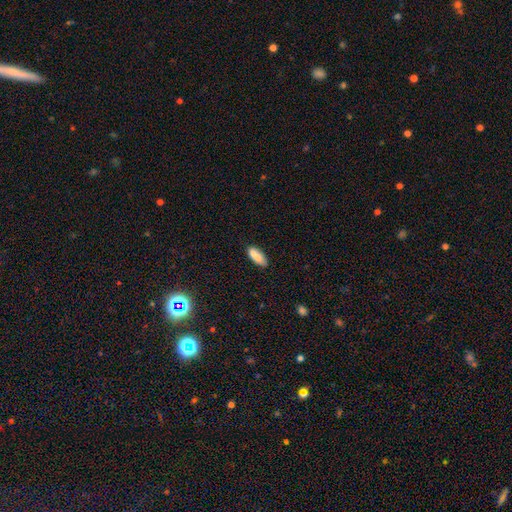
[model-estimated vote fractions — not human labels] Smooth or featured: smooth — 80% (featured or disk — 12%)
How rounded: in between — 73% (cigar-shaped — 25%)
Merging: none — 68% (minor disturbance — 18%)